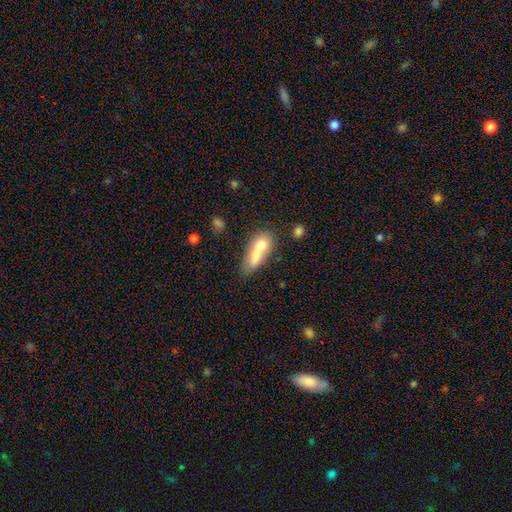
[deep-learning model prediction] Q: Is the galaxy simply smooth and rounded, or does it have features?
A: smooth — 68%.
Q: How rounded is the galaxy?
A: in between — 62%.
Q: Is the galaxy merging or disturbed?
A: merger — 59%.